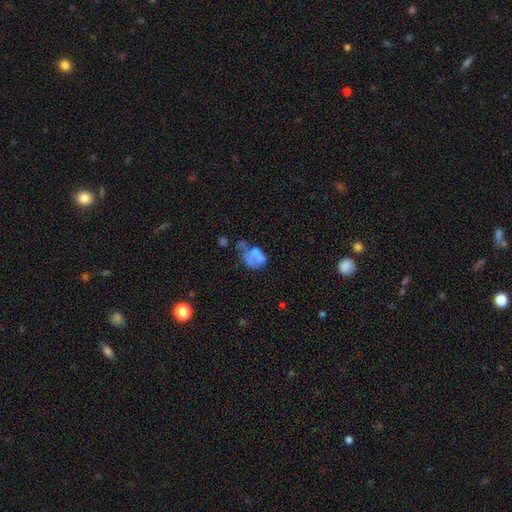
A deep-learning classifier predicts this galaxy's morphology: A smooth galaxy with no disk features (52%) that is in between round and cigar-shaped (69%).

Vote fractions:
- Smooth or featured? smooth: 52% / featured or disk: 36% / star or artifact: 13%
- How rounded? in between: 69% / round: 29% / cigar-shaped: 2%
- Merging? major disturbance: 34% / merger: 27% / none: 20% / minor disturbance: 19%